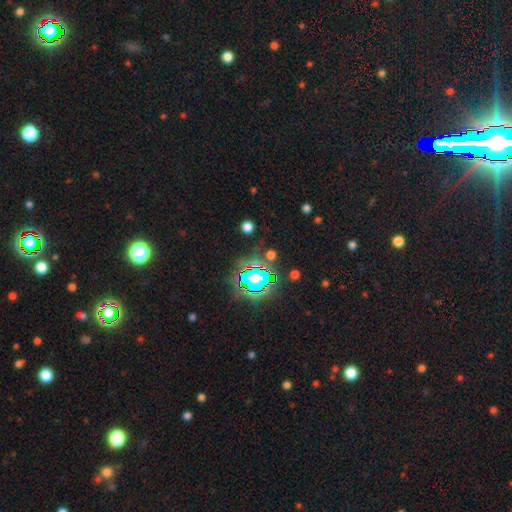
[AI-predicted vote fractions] A star or artifact, not a galaxy (78%).

Vote fractions:
- Smooth or featured? star or artifact: 78% / smooth: 14% / featured or disk: 8%